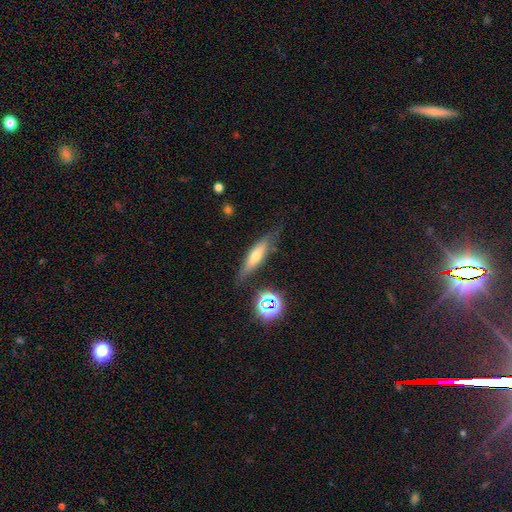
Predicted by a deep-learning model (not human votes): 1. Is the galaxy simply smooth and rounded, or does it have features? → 47% smooth, 41% featured or disk, 11% star or artifact.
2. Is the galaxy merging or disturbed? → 73% none, 18% minor disturbance, 5% major disturbance, 3% merger.